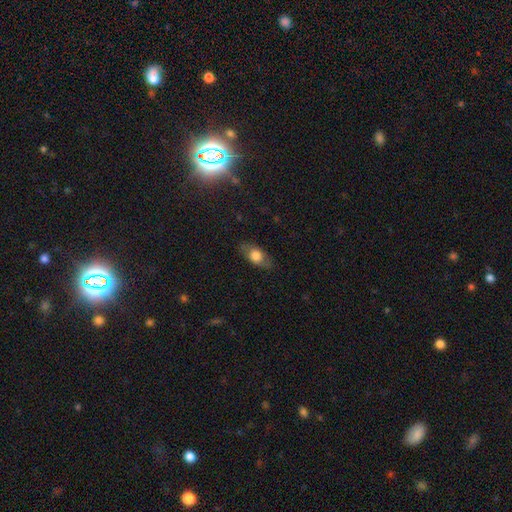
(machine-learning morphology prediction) This is likely a smooth galaxy (68%). How rounded: likely in between (79%). Merging: clearly none (80%).